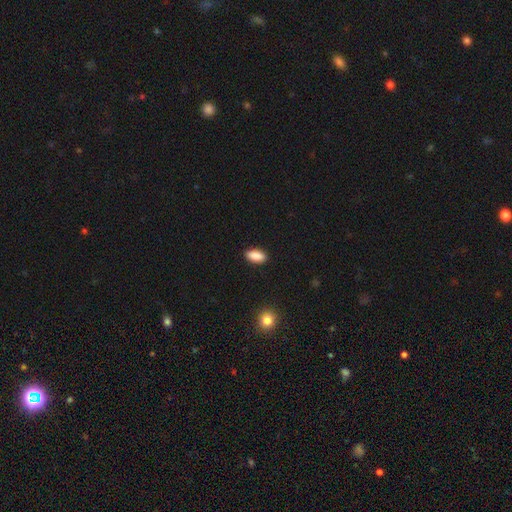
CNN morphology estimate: Overall: smooth (89%). How rounded: in between (89%). Merging: none (89%).